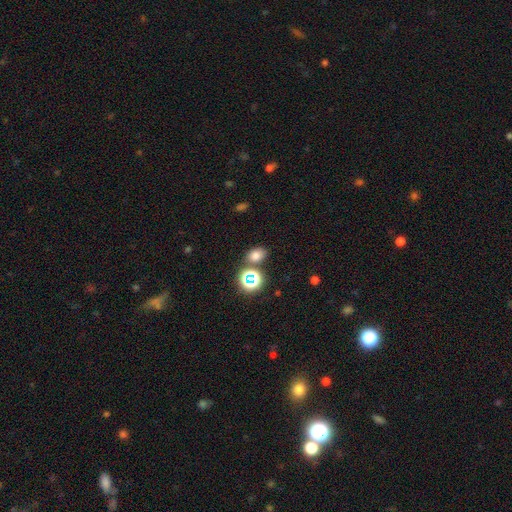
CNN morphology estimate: type=smooth (71%); roundness=in between (66%); merging=none (76%).